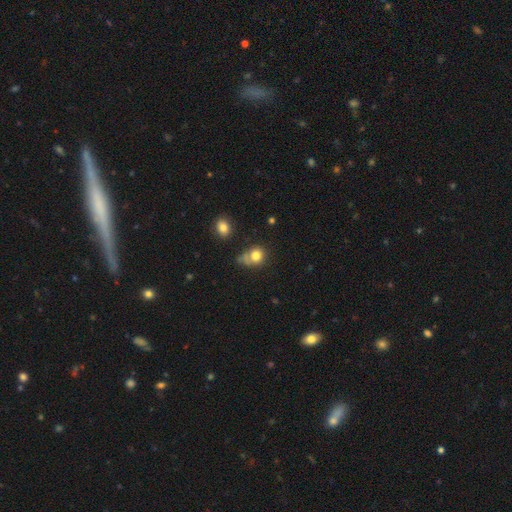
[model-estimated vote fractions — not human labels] Smooth or featured: smooth — 79% (star or artifact — 12%)
How rounded: round — 70% (in between — 28%)
Merging: none — 48% (minor disturbance — 23%)